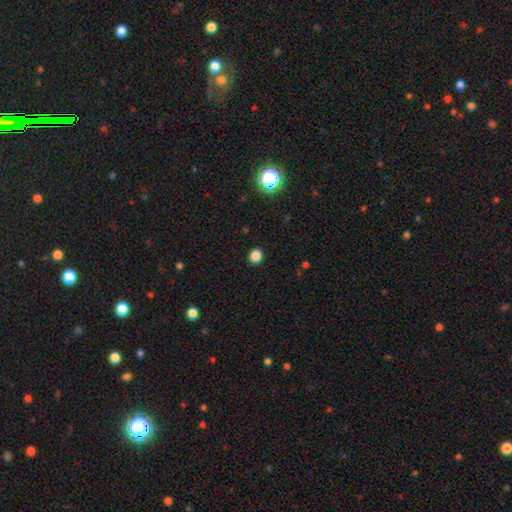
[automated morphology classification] smooth_or_featured: smooth (p=0.85) [alt: star or artifact p=0.12]
how_rounded: round (p=0.64) [alt: in between p=0.35]
merging: none (p=0.91) [alt: minor disturbance p=0.06]